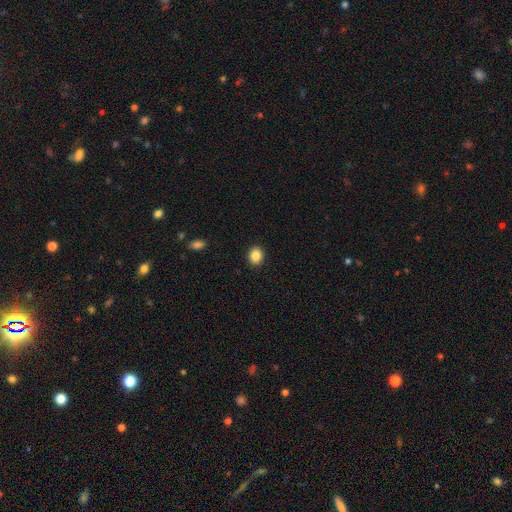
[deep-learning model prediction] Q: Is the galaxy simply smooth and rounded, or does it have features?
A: smooth — 87%.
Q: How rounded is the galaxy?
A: round — 63%.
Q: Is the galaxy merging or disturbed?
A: none — 92%.